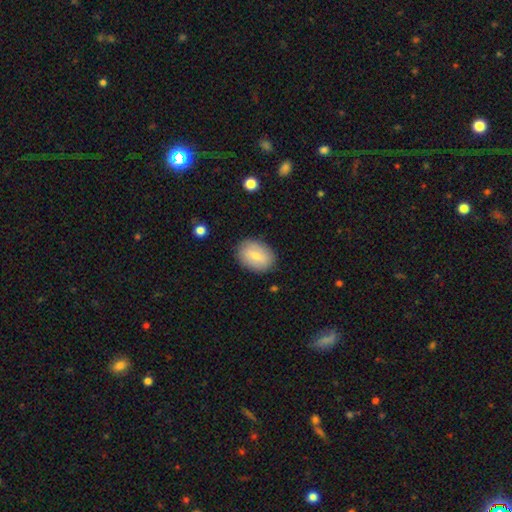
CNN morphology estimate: A smooth galaxy with no disk features (72%) that is in between round and cigar-shaped (81%).

Vote fractions:
- Smooth or featured? smooth: 72% / featured or disk: 21% / star or artifact: 7%
- How rounded? in between: 81% / round: 18% / cigar-shaped: 1%
- Merging? none: 85% / minor disturbance: 11% / major disturbance: 3% / merger: 1%